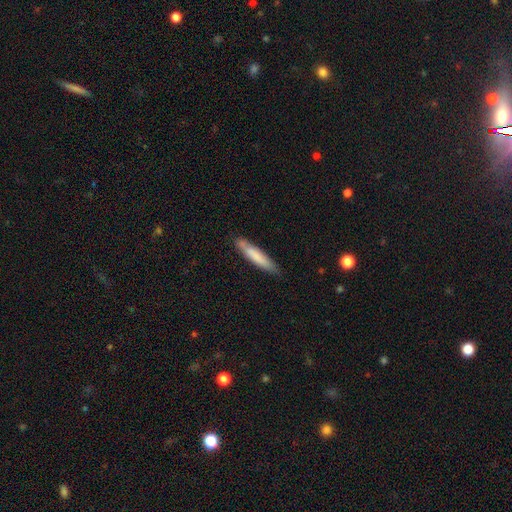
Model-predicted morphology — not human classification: Overall: smooth (73%). How rounded: cigar-shaped (89%). Merging: none (78%).